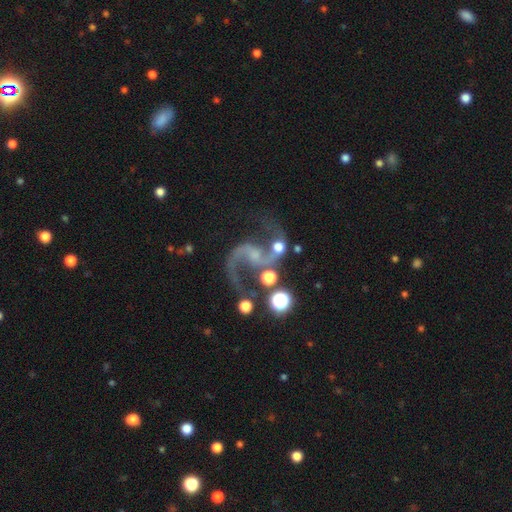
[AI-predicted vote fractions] This appears to be a featured or disk galaxy (88%) with no bar (44%), 2 (89%) loose (60%) spiral arms (97%) and a small central bulge (56%). Merging: none (48%).